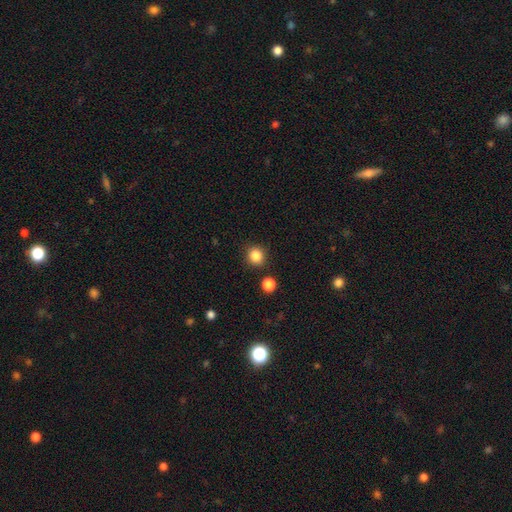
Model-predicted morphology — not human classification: type=smooth (85%); roundness=round (86%); merging=none (88%).